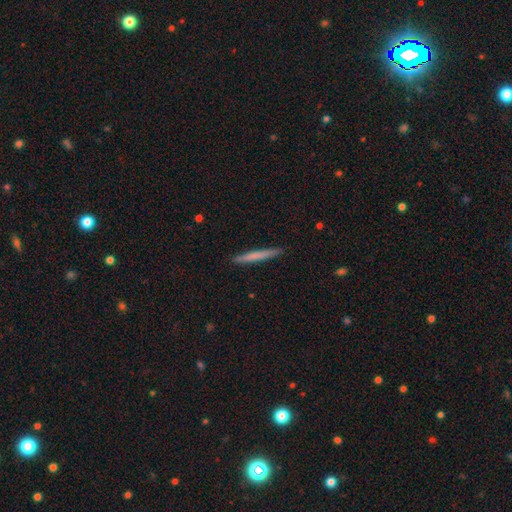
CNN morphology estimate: smooth_or_featured: smooth (p=0.67) [alt: featured or disk p=0.28]
how_rounded: cigar-shaped (p=0.97) [alt: in between p=0.02]
merging: none (p=0.91) [alt: minor disturbance p=0.06]